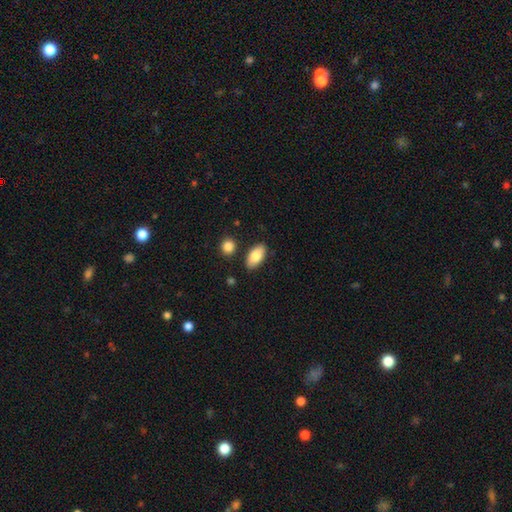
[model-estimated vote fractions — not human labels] smooth-or-featured: smooth: 84% | featured or disk: 10% | star or artifact: 6%
  how-rounded: in between: 92% | cigar-shaped: 5% | round: 3%
  merging: none: 85% | minor disturbance: 9% | merger: 4% | major disturbance: 2%